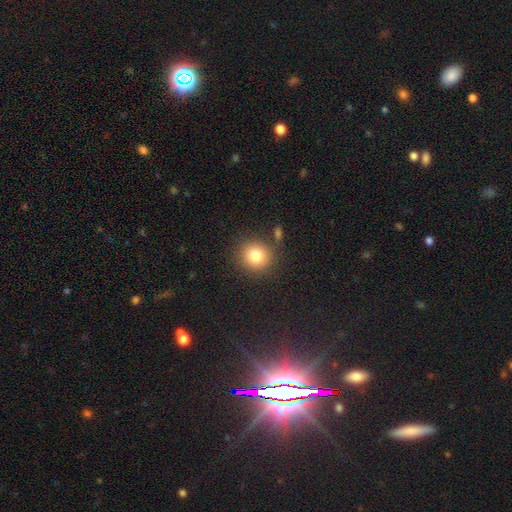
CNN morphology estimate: A smooth galaxy with no disk features (82%) that is round (88%). Merging: none (83%).